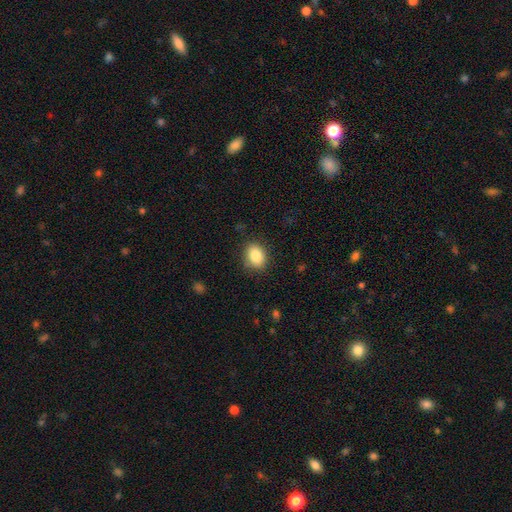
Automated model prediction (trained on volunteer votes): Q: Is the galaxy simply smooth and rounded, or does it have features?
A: smooth — 85%.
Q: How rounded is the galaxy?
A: in between — 68%.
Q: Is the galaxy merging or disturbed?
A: none — 84%.